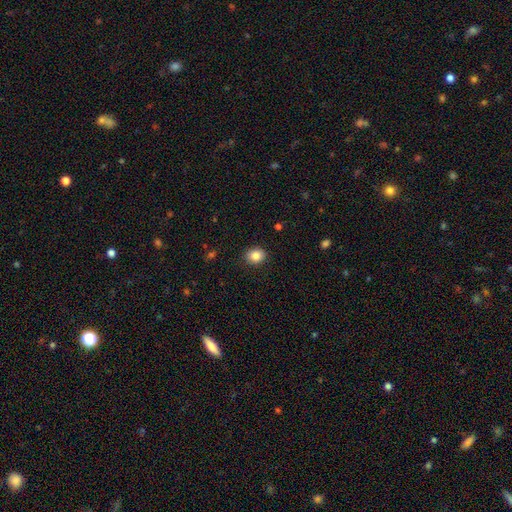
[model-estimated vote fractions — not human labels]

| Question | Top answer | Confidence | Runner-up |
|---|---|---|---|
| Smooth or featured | smooth | 85% | star or artifact (9%) |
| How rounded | round | 57% | in between (42%) |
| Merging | none | 89% | minor disturbance (8%) |